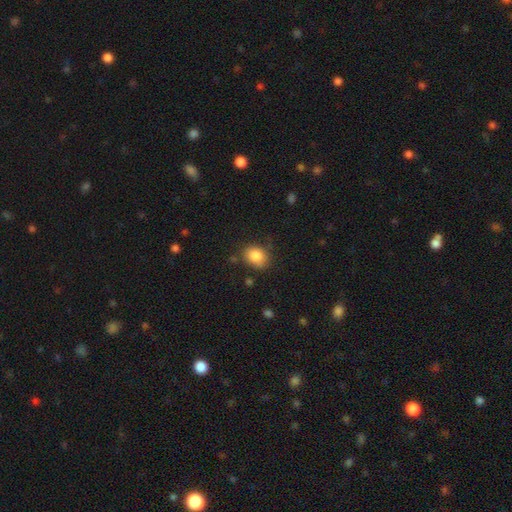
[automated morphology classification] smooth_or_featured: smooth (p=0.85) [alt: star or artifact p=0.09]
how_rounded: round (p=0.54) [alt: in between p=0.45]
merging: none (p=0.74) [alt: minor disturbance p=0.19]